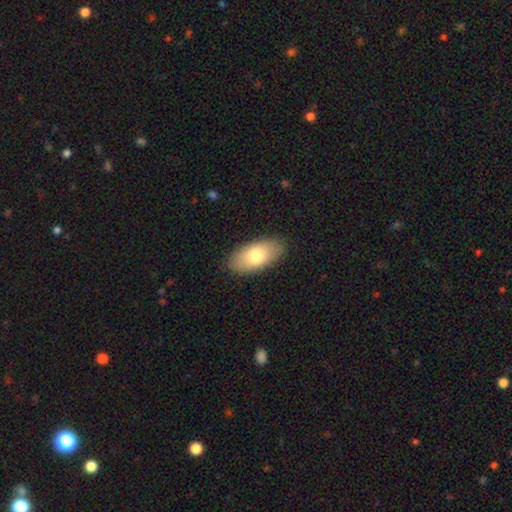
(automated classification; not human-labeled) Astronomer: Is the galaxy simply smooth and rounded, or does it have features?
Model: smooth — 76%.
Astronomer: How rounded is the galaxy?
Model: in between — 93%.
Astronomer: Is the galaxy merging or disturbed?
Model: none — 87%.